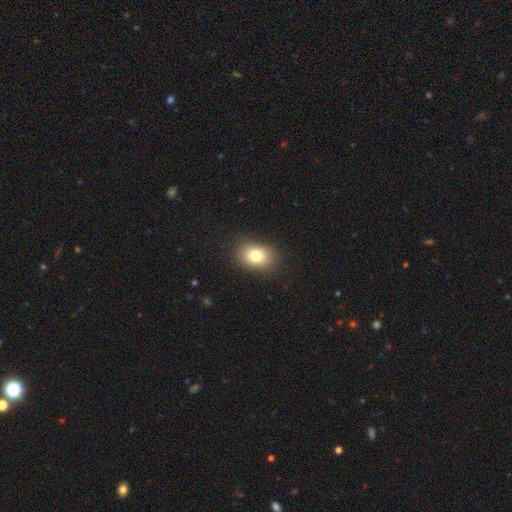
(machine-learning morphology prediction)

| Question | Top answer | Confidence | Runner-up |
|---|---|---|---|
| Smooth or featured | smooth | 80% | featured or disk (10%) |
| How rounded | in between | 68% | round (31%) |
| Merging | none | 85% | minor disturbance (10%) |